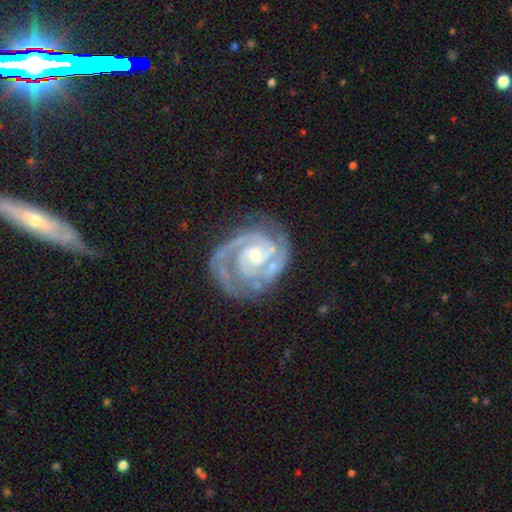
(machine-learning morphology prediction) A featured or disk galaxy (92%) with no bar (46%), 2 (67%) tight (65%) spiral arms (98%) and a small central bulge (49%). Merging: none (70%).